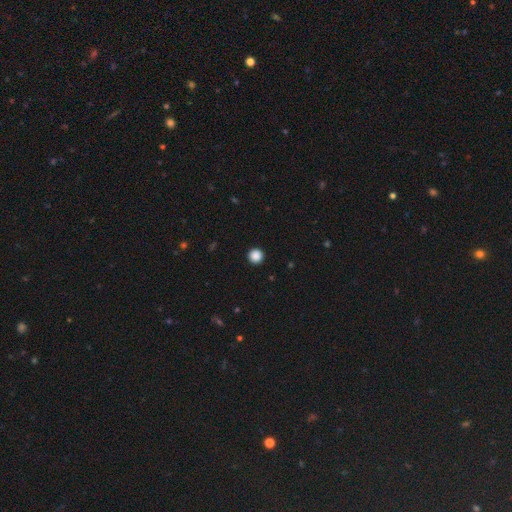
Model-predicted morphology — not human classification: smooth_or_featured: smooth (p=0.88) [alt: star or artifact p=0.10]
how_rounded: round (p=0.96) [alt: in between p=0.03]
merging: none (p=0.94) [alt: minor disturbance p=0.04]